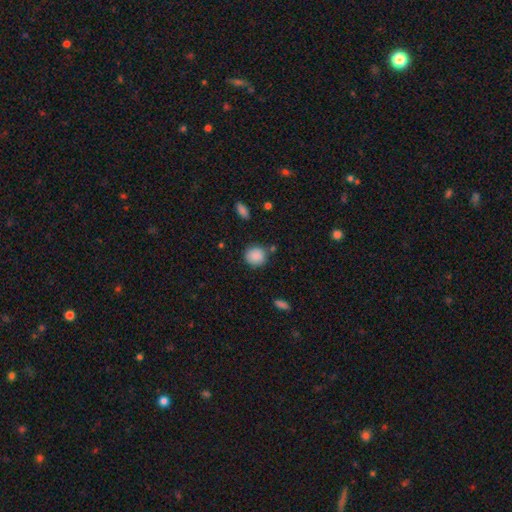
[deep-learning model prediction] Overall: smooth (88%). How rounded: round (85%). Merging: none (80%).